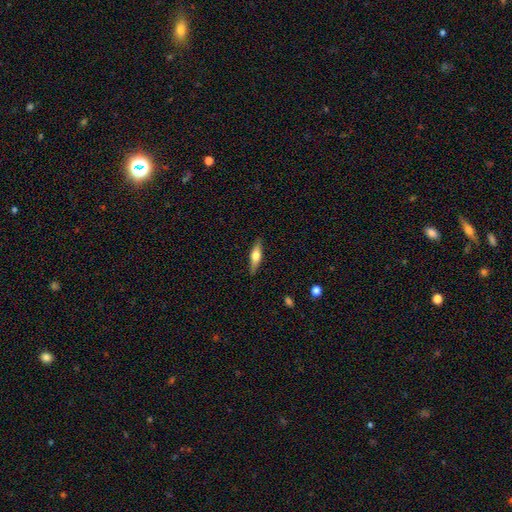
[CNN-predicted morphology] smooth 54%, featured or disk 40%, star or artifact 6%. Down the decision tree: how rounded — cigar-shaped (60%); merging — none (86%).